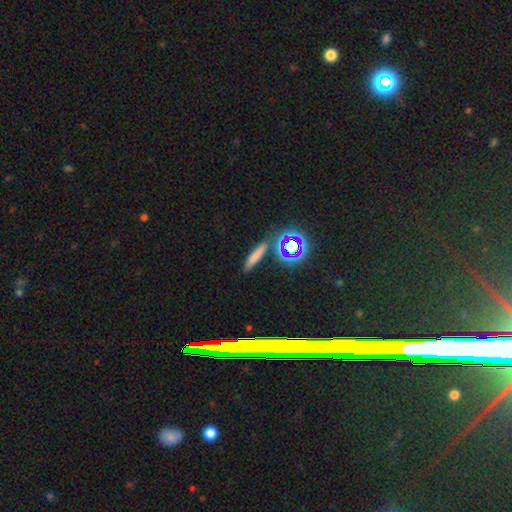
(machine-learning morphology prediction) Smooth or featured: smooth — 64% (star or artifact — 20%)
How rounded: cigar-shaped — 79% (in between — 13%)
Merging: none — 80% (minor disturbance — 9%)